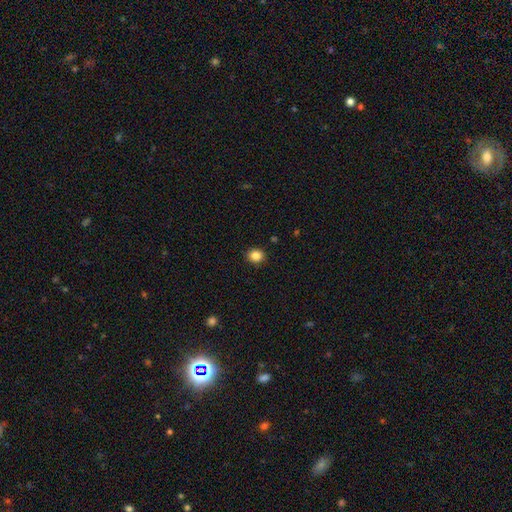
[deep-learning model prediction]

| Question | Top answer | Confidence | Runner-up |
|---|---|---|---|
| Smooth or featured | smooth | 85% | star or artifact (11%) |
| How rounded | round | 80% | in between (19%) |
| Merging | none | 91% | minor disturbance (6%) |